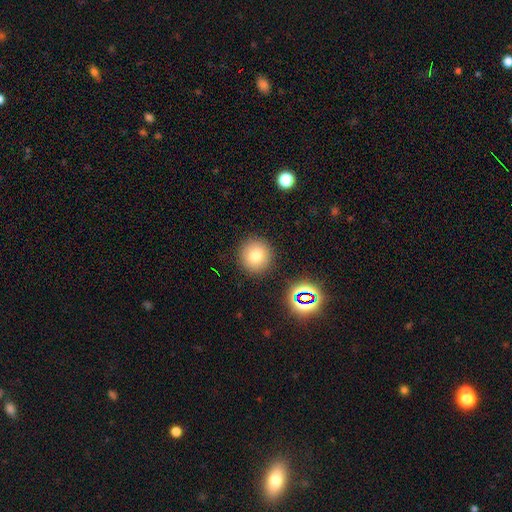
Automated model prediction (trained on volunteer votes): Overall: smooth (76%). How rounded: round (93%). Merging: none (89%).